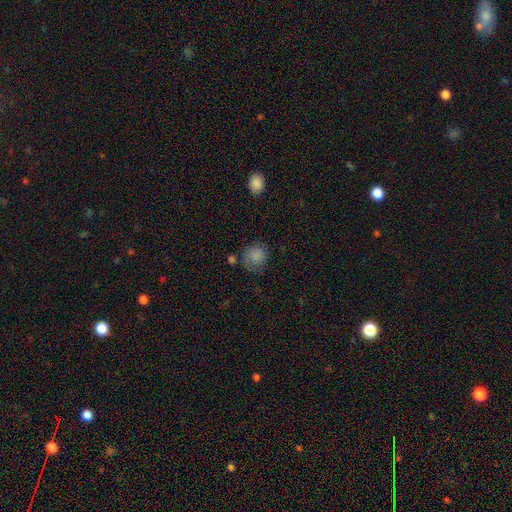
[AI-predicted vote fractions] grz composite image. It shows a smooth galaxy with no disk features (84%) that is round (86%). Merging: none (72%).